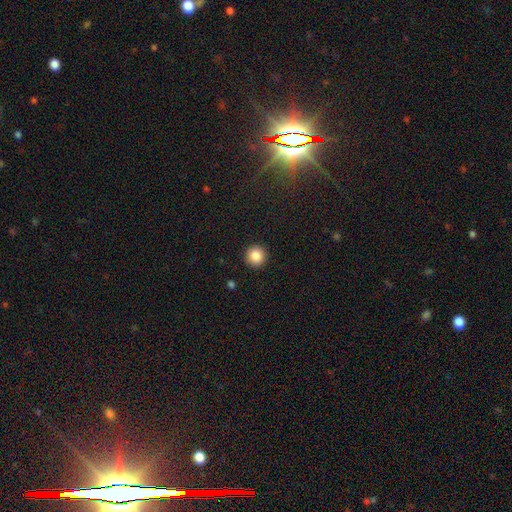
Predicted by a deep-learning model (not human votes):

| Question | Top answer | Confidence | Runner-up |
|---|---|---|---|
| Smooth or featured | smooth | 86% | star or artifact (10%) |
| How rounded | round | 95% | in between (4%) |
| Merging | none | 92% | minor disturbance (5%) |